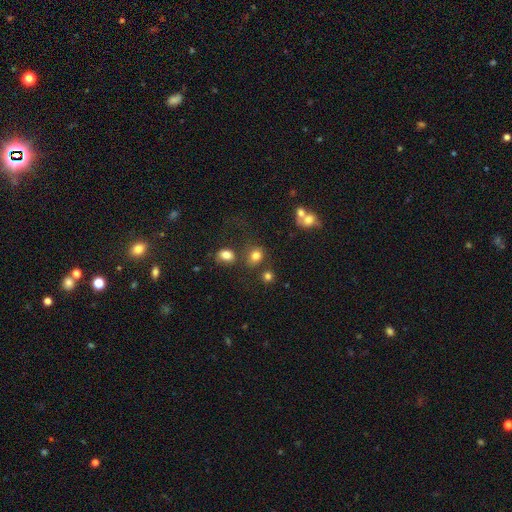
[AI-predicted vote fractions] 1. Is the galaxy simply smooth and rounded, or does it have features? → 80% smooth, 13% star or artifact, 7% featured or disk.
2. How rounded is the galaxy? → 60% round, 39% in between, 1% cigar-shaped.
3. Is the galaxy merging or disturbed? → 64% none, 15% merger, 14% minor disturbance, 8% major disturbance.